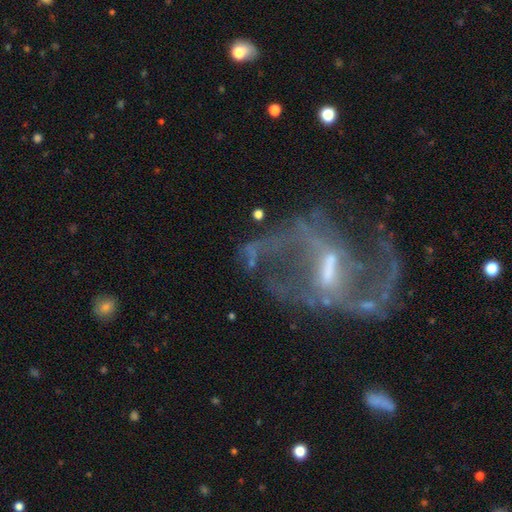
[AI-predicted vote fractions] Smooth or featured: featured or disk — 84% (star or artifact — 10%)
Edge-on disk: no — 96% (yes — 4%)
Bar: weak — 44% (strong — 43%)
Spiral arms: yes — 83% (no — 17%)
Spiral winding: loose — 62% (medium — 30%)
Spiral arm count: 2 — 78% (can't tell — 9%)
Bulge size: small — 40% (moderate — 33%)
Merging: none — 49% (major disturbance — 29%)